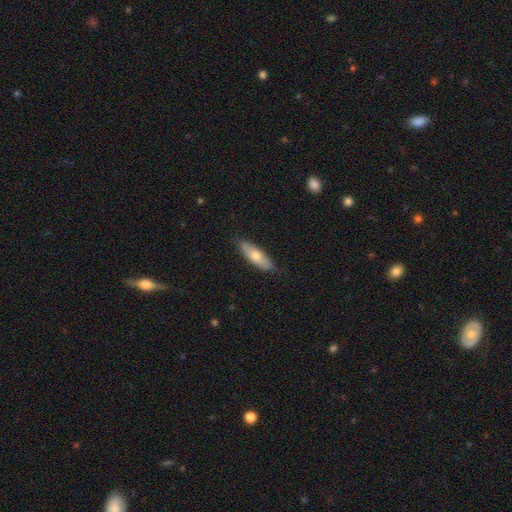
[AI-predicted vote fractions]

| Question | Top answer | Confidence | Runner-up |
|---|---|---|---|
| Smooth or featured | smooth | 65% | featured or disk (29%) |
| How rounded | in between | 54% | cigar-shaped (44%) |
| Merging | none | 84% | minor disturbance (13%) |